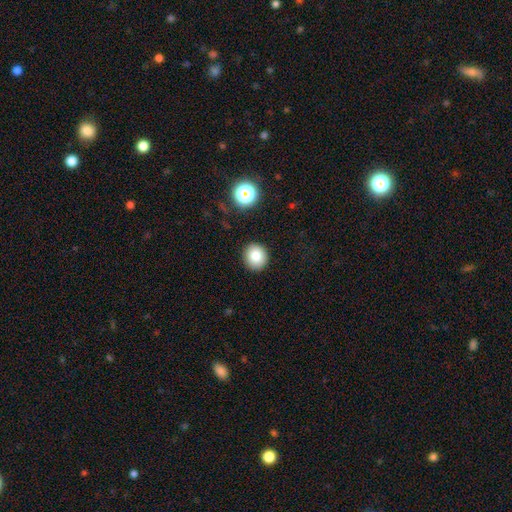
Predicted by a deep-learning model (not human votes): Smooth or featured? smooth (81%)
How rounded? round (84%)
Merging? none (90%)